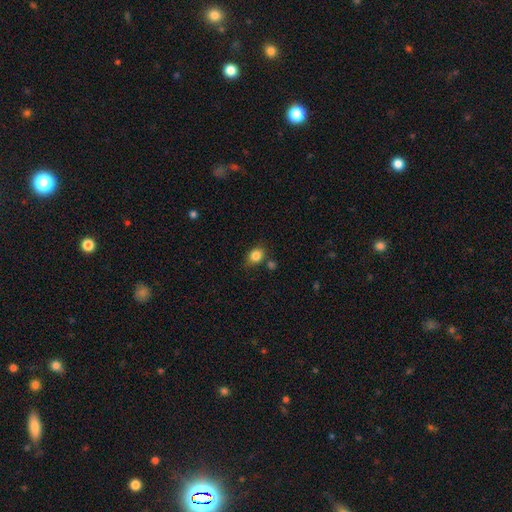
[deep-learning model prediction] The model was most divided on "how rounded": in between: 53%, round: 46%, cigar-shaped: 1%. More confident: smooth or featured — smooth (84%); merging — none (72%).